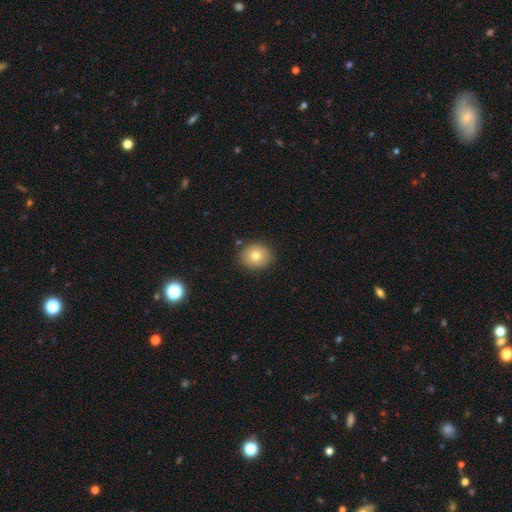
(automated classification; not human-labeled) Morphology: type=smooth (76%); roundness=round (81%); merging=none (87%).